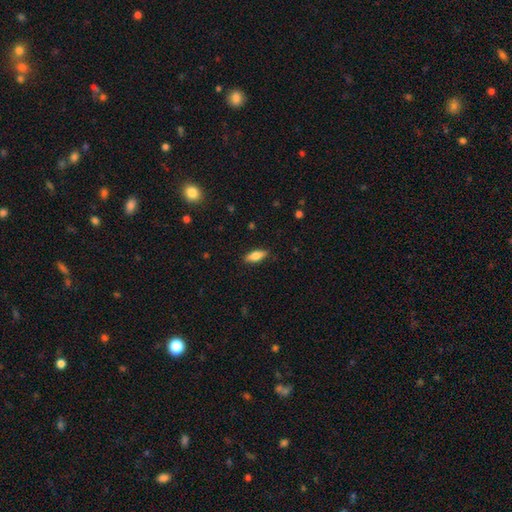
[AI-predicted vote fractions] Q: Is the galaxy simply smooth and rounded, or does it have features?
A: smooth — 77%.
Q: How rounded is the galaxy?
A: in between — 74%.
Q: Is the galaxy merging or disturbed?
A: none — 88%.